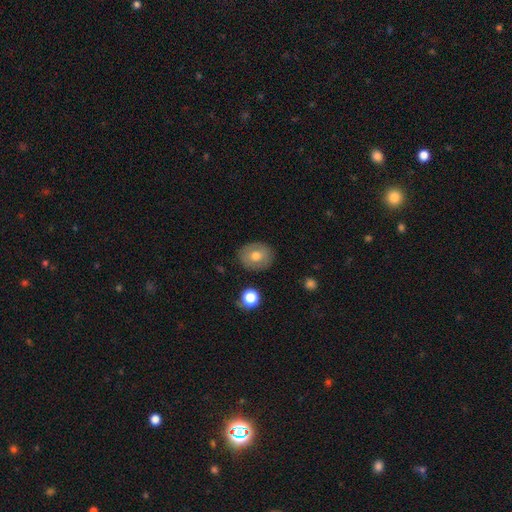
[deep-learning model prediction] smooth 68%, featured or disk 23%, star or artifact 9%. Down the decision tree: how rounded — round (59%); merging — none (85%).